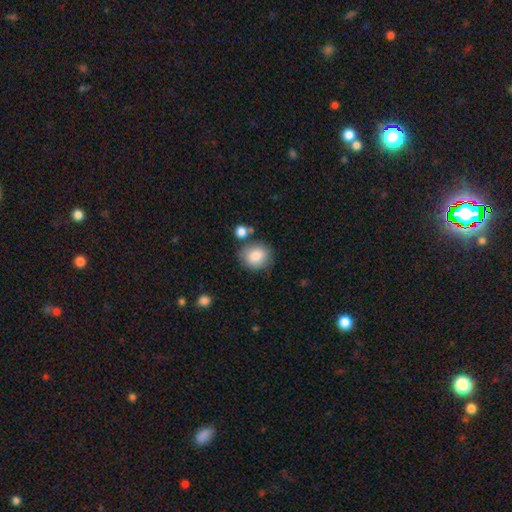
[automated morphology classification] A smooth galaxy with no disk features (83%) that is round (74%). Merging: none (72%).